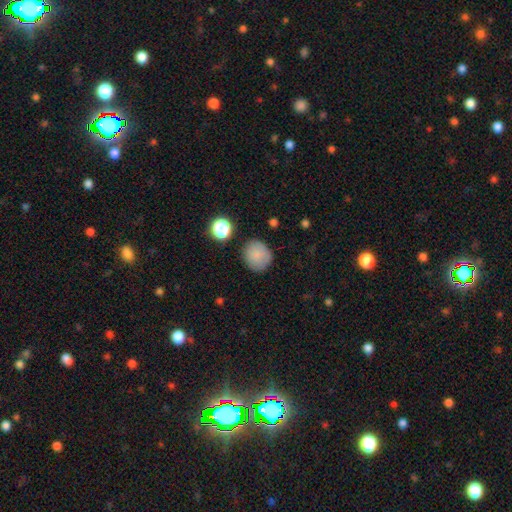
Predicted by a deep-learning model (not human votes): Smooth or featured? Predicted: smooth (p=0.83). How rounded? Predicted: round (p=0.86). Merging? Predicted: none (p=0.82).